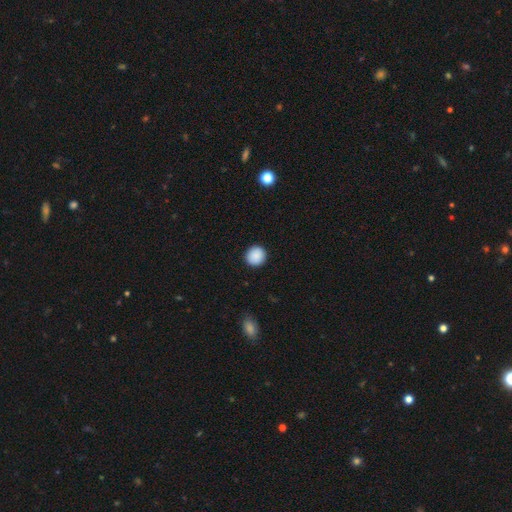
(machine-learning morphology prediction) Smooth or featured?
  - smooth: 90% *
  - star or artifact: 8%
  - featured or disk: 3%
How rounded?
  - round: 91% *
  - in between: 8%
  - cigar-shaped: 1%
Merging?
  - none: 92% *
  - minor disturbance: 5%
  - major disturbance: 2%
  - merger: 1%